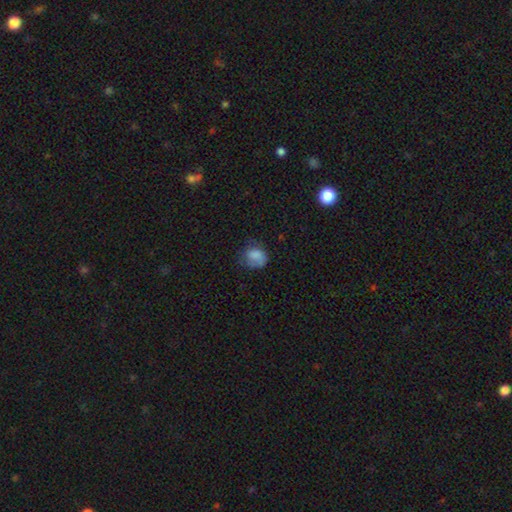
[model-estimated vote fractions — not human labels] A smooth galaxy with no disk features (74%) that is round (62%). Merging: none (48%).